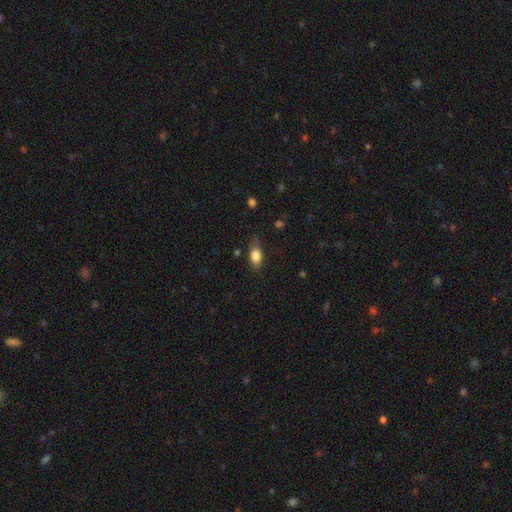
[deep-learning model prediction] smooth 82%, featured or disk 10%, star or artifact 8%. Down the decision tree: how rounded — in between (85%); merging — none (75%).